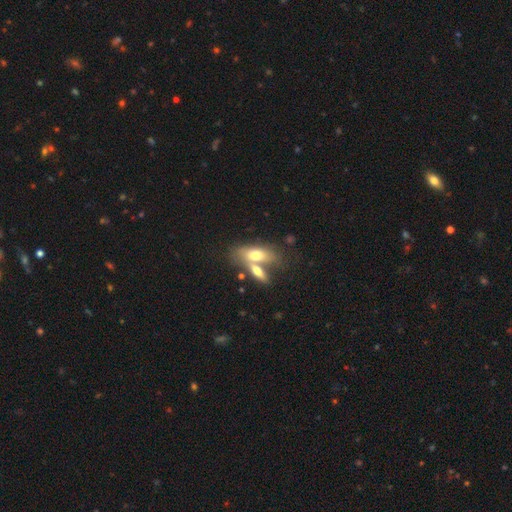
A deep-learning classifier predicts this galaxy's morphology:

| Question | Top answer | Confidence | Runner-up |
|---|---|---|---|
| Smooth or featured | smooth | 63% | featured or disk (30%) |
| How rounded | in between | 71% | cigar-shaped (24%) |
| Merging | merger | 54% | none (32%) |